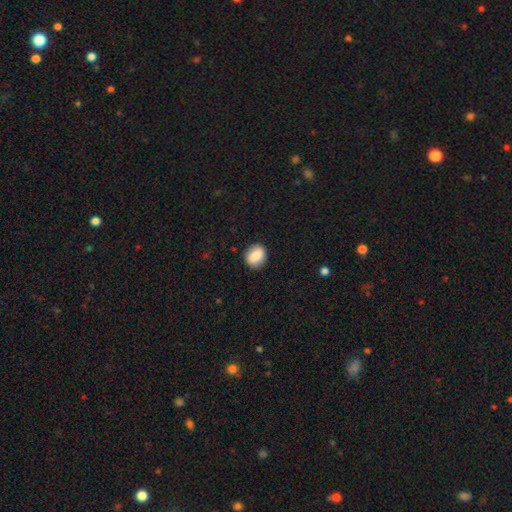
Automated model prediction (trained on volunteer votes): Smooth or featured: smooth — 82% (featured or disk — 10%)
How rounded: round — 56% (in between — 43%)
Merging: none — 87% (minor disturbance — 9%)